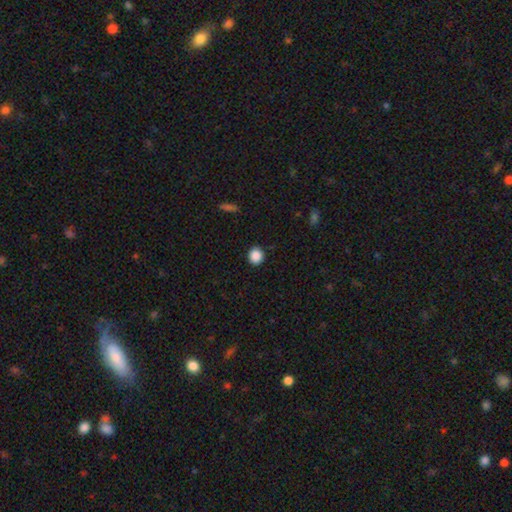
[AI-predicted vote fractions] Smooth or featured?
  - smooth: 88% *
  - star or artifact: 9%
  - featured or disk: 3%
How rounded?
  - round: 83% *
  - in between: 16%
  - cigar-shaped: 1%
Merging?
  - none: 91% *
  - minor disturbance: 6%
  - major disturbance: 2%
  - merger: 1%